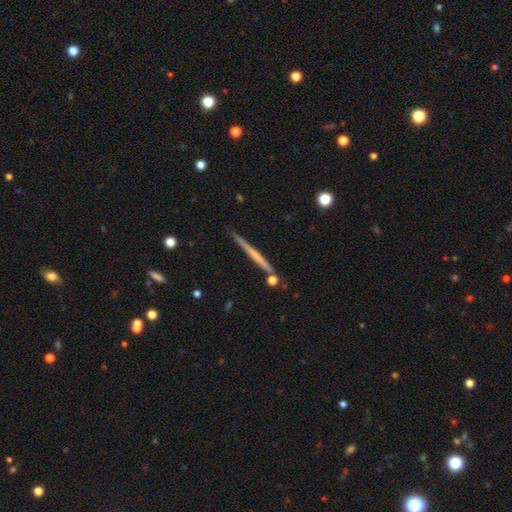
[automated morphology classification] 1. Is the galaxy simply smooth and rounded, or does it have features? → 51% featured or disk, 43% smooth, 6% star or artifact.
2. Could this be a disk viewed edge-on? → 97% yes, 3% no.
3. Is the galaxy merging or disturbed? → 84% none, 10% minor disturbance, 4% merger, 2% major disturbance.